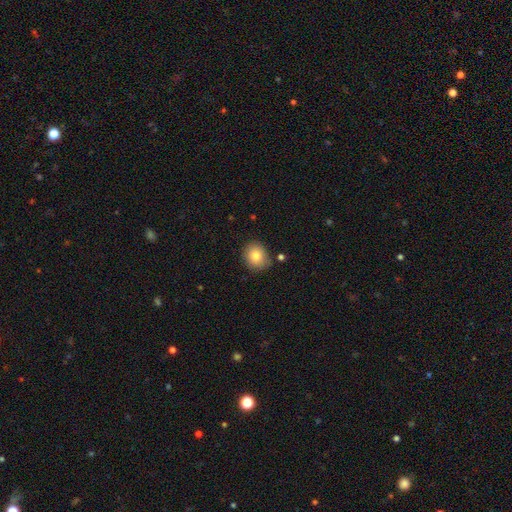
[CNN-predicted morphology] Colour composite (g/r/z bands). It shows a smooth galaxy with no disk features (82%) that is round (74%). Merging: none (79%).